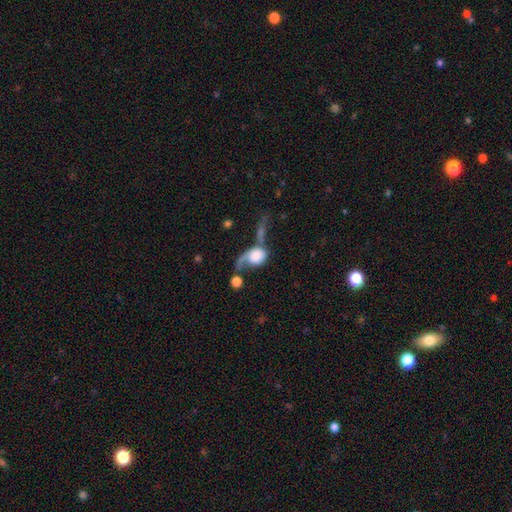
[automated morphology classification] Q: Smooth or featured?
A: smooth (56%); runner-up: featured or disk (35%)
Q: How rounded?
A: in between (53%); runner-up: round (44%)
Q: Merging?
A: major disturbance (40%); runner-up: merger (29%)